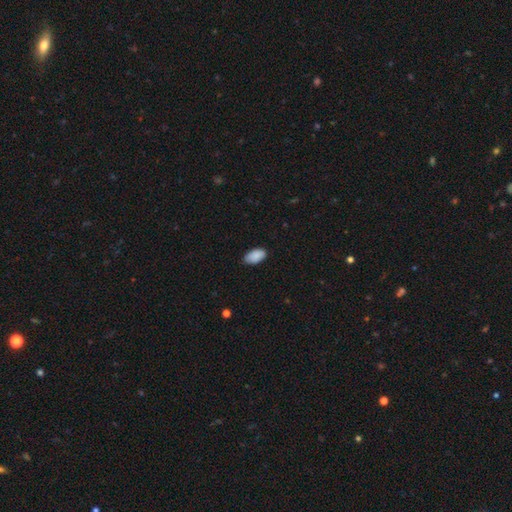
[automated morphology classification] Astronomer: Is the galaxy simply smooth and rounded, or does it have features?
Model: smooth — 89%.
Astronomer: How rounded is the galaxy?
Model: in between — 95%.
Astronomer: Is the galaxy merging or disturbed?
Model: none — 82%.